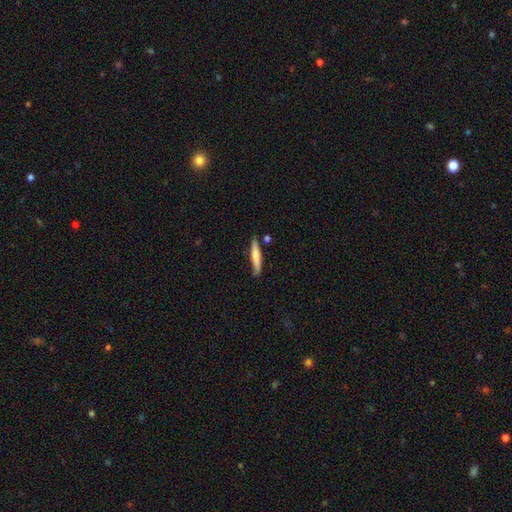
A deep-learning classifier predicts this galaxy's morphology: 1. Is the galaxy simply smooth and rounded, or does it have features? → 68% smooth, 27% featured or disk, 5% star or artifact.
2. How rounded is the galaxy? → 91% cigar-shaped, 8% in between, 1% round.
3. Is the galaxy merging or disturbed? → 77% none, 16% minor disturbance, 4% merger, 3% major disturbance.